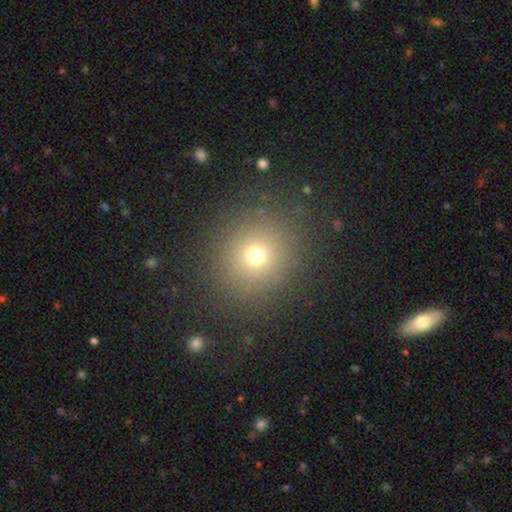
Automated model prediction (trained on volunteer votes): smooth-or-featured: smooth: 70% | star or artifact: 21% | featured or disk: 9%
  how-rounded: round: 86% | in between: 13% | cigar-shaped: 1%
  merging: none: 87% | minor disturbance: 7% | major disturbance: 4% | merger: 2%